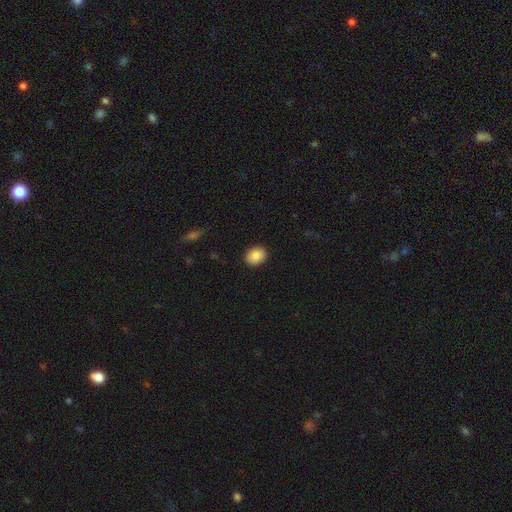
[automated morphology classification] This appears to be a smooth galaxy with no disk features (87%) that is in between round and cigar-shaped (54%). Merging: none (90%).